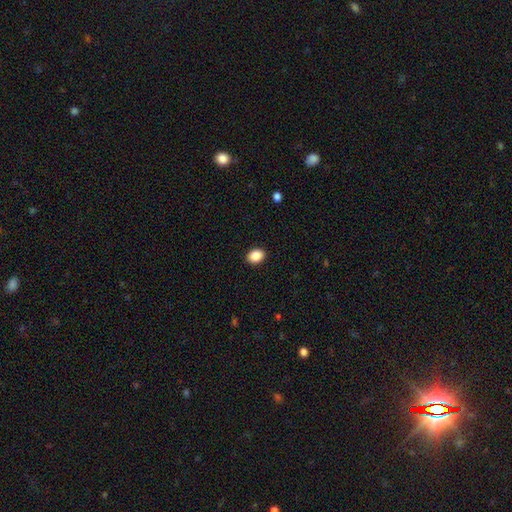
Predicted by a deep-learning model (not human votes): This is clearly a smooth galaxy (88%). How rounded: likely in between (66%). Merging: clearly none (91%).